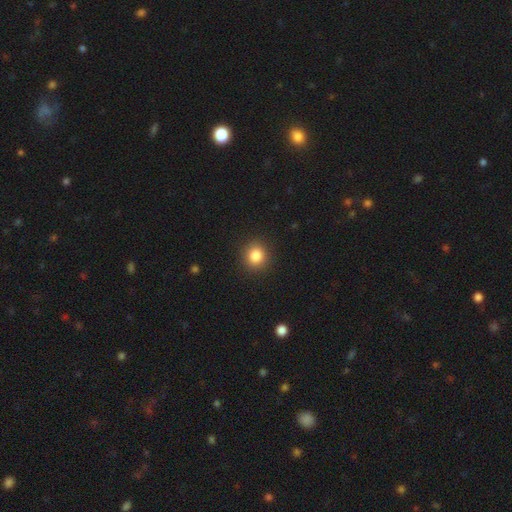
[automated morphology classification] This appears to be a smooth galaxy with no disk features (84%) that is round (86%). Merging: none (91%).